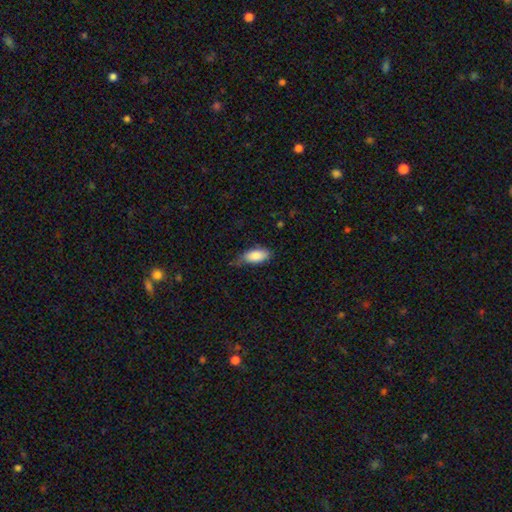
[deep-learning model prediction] Smooth or featured: smooth — 85% (featured or disk — 8%)
How rounded: in between — 88% (cigar-shaped — 9%)
Merging: none — 49% (minor disturbance — 39%)